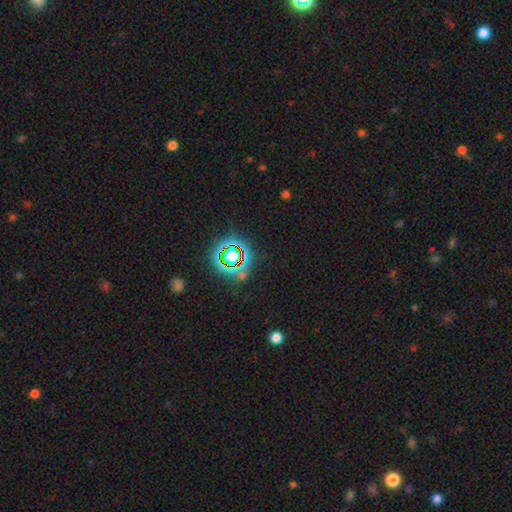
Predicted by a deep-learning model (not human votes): This appears to be a star or artifact, not a galaxy (70%).